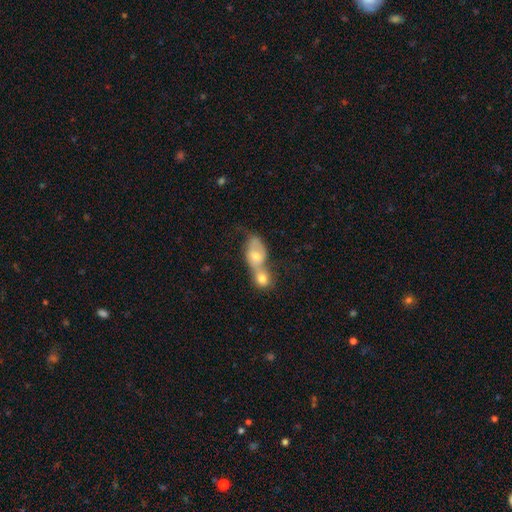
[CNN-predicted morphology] Overall: smooth (61%; featured or disk 31%). How rounded: in between (67%; round 30%). Merging: merger (77%).